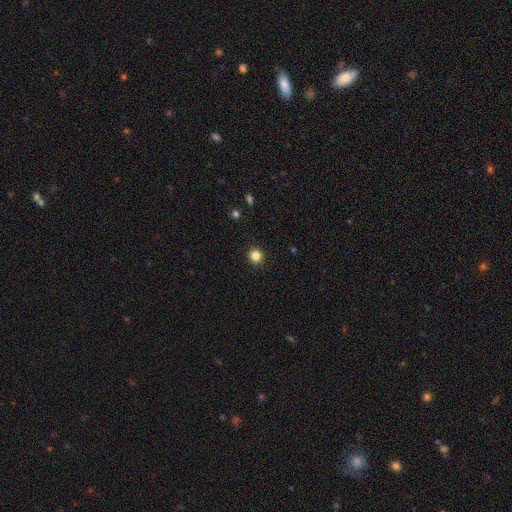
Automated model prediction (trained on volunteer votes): smooth 84%, star or artifact 12%, featured or disk 4%. Down the decision tree: how rounded — round (90%); merging — none (92%).